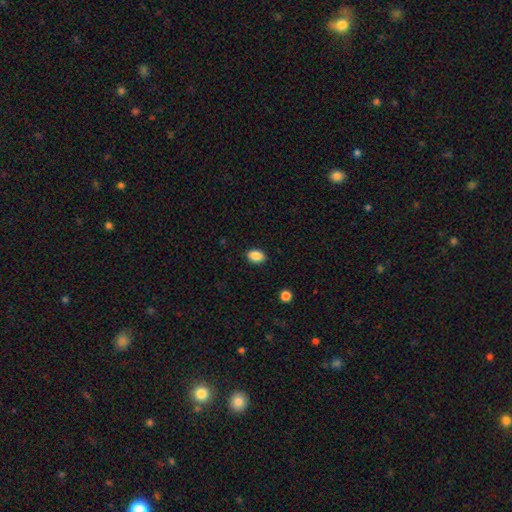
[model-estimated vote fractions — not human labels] Overall: smooth (88%). How rounded: in between (81%). Merging: none (89%).